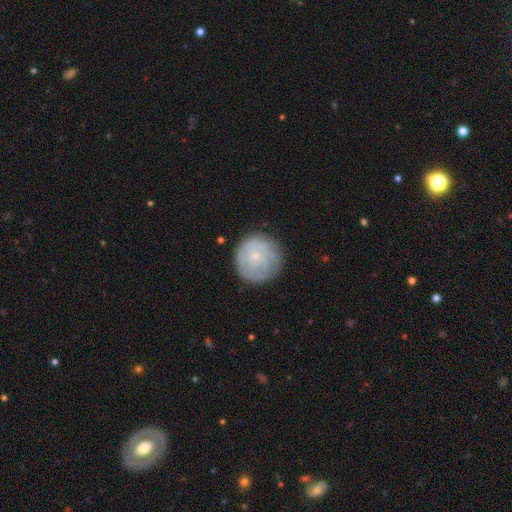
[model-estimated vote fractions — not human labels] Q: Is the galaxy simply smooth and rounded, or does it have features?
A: featured or disk — 50%.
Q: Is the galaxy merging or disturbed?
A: none — 79%.